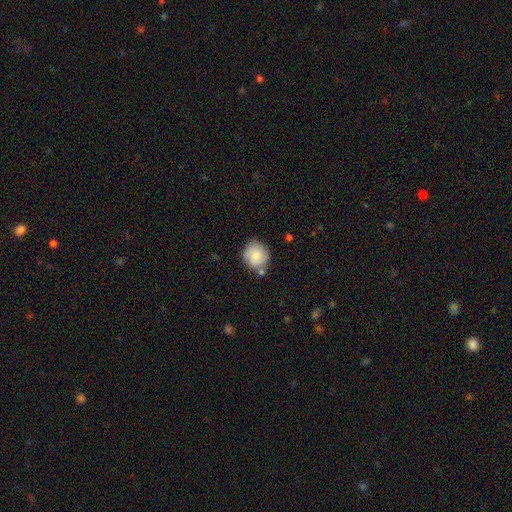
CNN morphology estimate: The model was most divided on "merging": none: 71%, minor disturbance: 16%, merger: 9%, major disturbance: 3%. More confident: how rounded — round (86%); smooth or featured — smooth (81%).